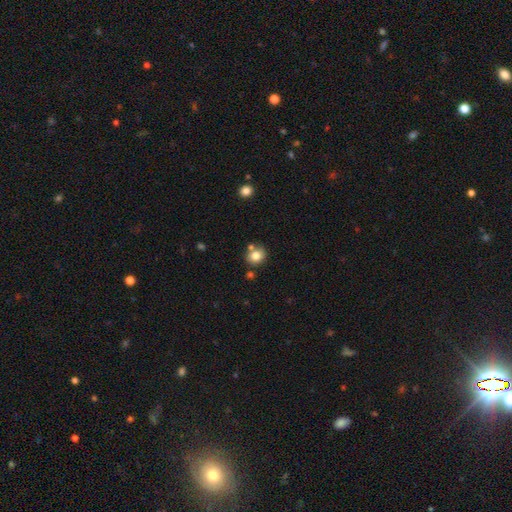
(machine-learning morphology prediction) Smooth or featured? smooth (81%)
How rounded? round (75%)
Merging? none (67%)